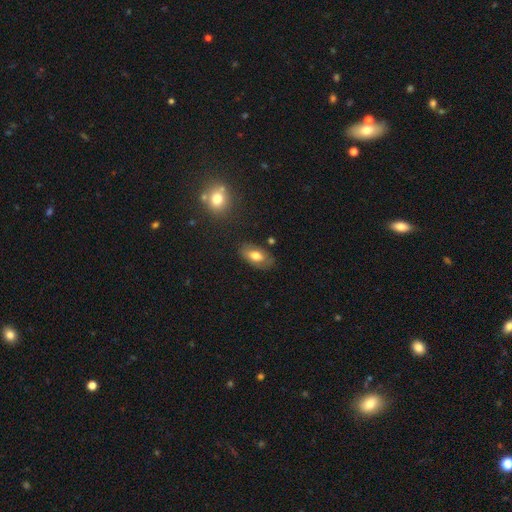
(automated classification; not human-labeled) The model was most divided on "smooth or featured": smooth: 67%, featured or disk: 26%, star or artifact: 8%. More confident: how rounded — in between (91%); merging — none (77%).